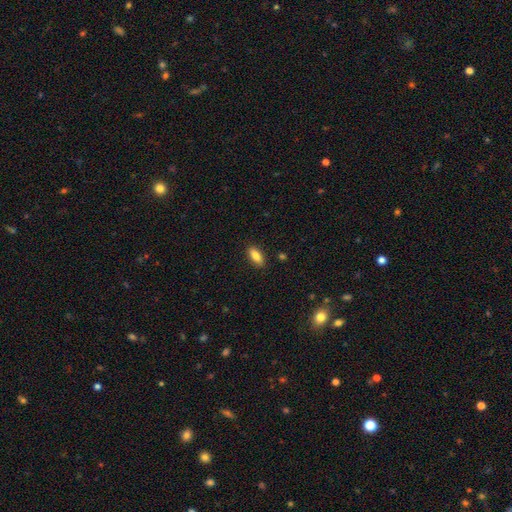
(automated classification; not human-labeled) Smooth or featured?
  - smooth: 83% *
  - featured or disk: 9%
  - star or artifact: 7%
How rounded?
  - in between: 82% *
  - cigar-shaped: 15%
  - round: 3%
Merging?
  - none: 87% *
  - minor disturbance: 9%
  - major disturbance: 2%
  - merger: 1%